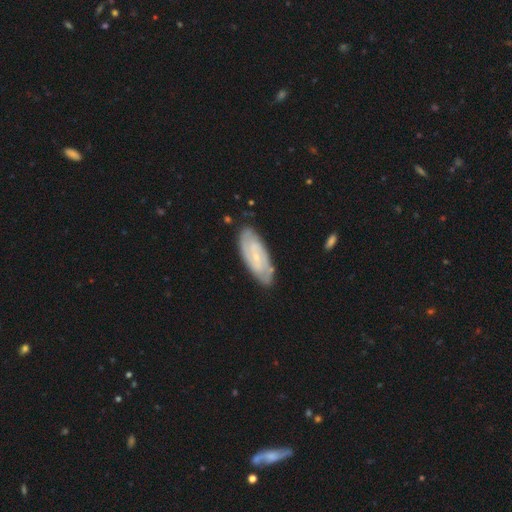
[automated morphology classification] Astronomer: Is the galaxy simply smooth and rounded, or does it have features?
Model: featured or disk — 74%.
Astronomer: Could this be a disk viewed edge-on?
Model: no — 91%.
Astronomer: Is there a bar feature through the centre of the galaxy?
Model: no — 51% (runner-up: weak, 38%).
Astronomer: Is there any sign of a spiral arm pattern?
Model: yes — 90%.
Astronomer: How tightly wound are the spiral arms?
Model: tight — 60%.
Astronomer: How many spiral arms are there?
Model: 2 — 53% (runner-up: can't tell, 30%).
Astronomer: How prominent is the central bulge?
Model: small — 79%.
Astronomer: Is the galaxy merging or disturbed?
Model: none — 80%.